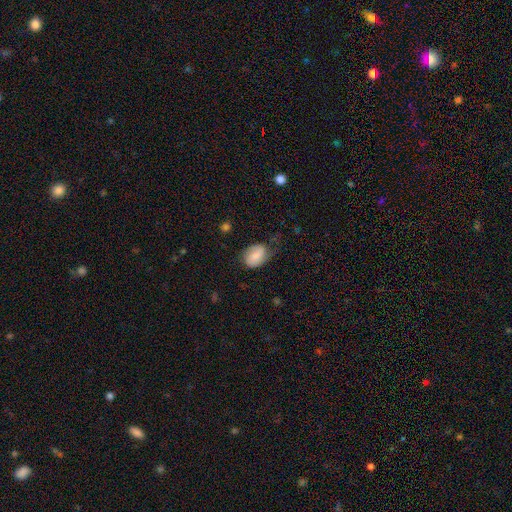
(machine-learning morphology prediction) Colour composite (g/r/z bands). It shows a smooth galaxy with no disk features (64%) that is in between round and cigar-shaped (75%). Merging: none (47%).